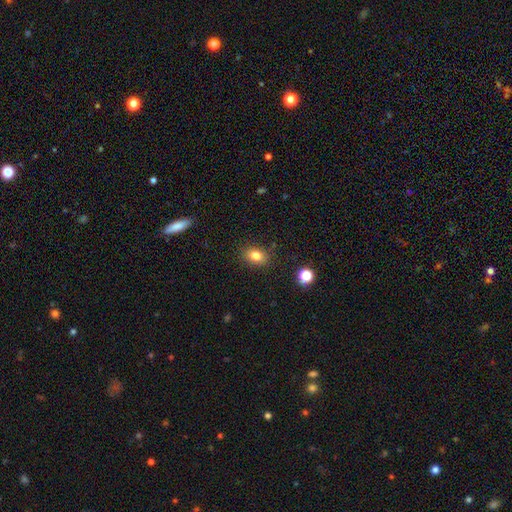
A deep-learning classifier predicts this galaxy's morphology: This is clearly a smooth galaxy (82%). How rounded: likely in between (75%). Merging: clearly none (85%).